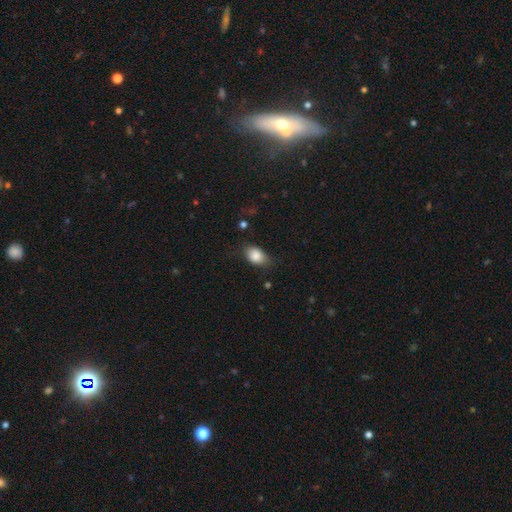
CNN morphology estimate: This appears to be a smooth galaxy with no disk features (85%) that is in between round and cigar-shaped (81%). Merging: none (70%).